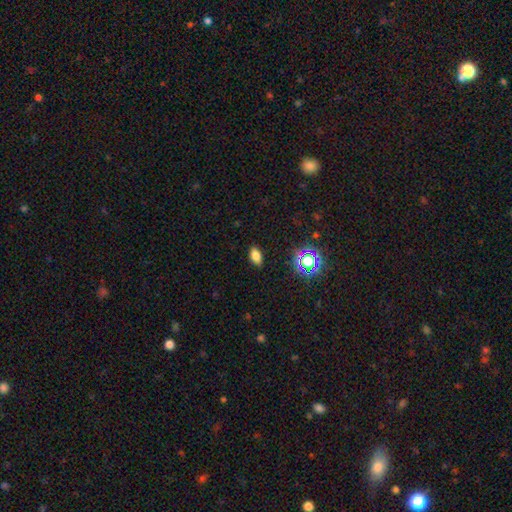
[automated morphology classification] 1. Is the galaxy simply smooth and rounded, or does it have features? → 77% smooth, 16% star or artifact, 7% featured or disk.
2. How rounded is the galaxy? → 88% in between, 8% round, 4% cigar-shaped.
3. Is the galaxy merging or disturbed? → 87% none, 9% minor disturbance, 2% major disturbance, 1% merger.